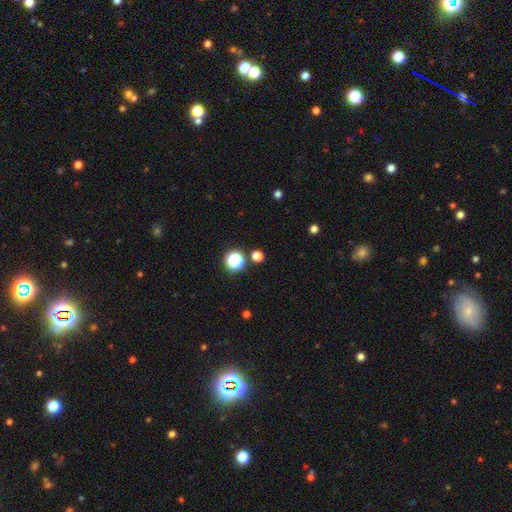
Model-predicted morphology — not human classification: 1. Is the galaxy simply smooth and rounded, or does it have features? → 62% smooth, 33% star or artifact, 5% featured or disk.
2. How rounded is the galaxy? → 86% round, 12% in between, 1% cigar-shaped.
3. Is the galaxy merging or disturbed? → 82% none, 8% minor disturbance, 7% merger, 3% major disturbance.